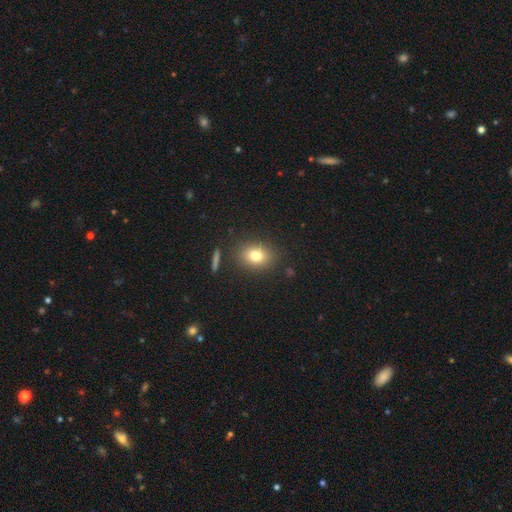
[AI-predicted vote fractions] smooth-or-featured: smooth: 78% | star or artifact: 12% | featured or disk: 10%
  how-rounded: round: 50% | in between: 48% | cigar-shaped: 1%
  merging: none: 85% | minor disturbance: 9% | major disturbance: 3% | merger: 3%